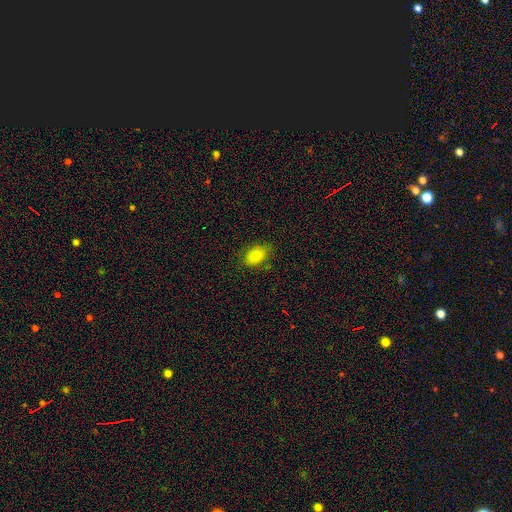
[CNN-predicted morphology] smooth-or-featured: smooth: 83% | star or artifact: 9% | featured or disk: 8%
  how-rounded: in between: 83% | round: 16% | cigar-shaped: 2%
  merging: none: 78% | minor disturbance: 17% | major disturbance: 4% | merger: 1%